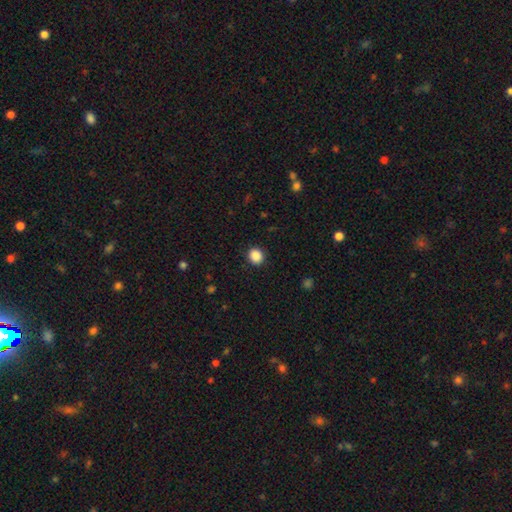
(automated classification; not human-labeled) This appears to be a smooth galaxy with no disk features (88%) that is round (80%). Merging: none (91%).